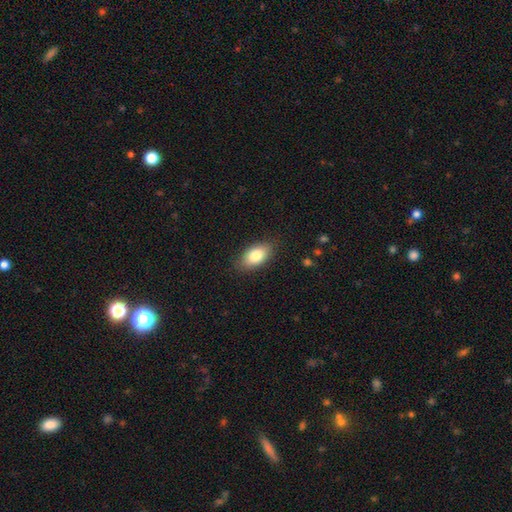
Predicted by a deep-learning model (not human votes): smooth_or_featured: smooth (p=0.82) [alt: featured or disk p=0.11]
how_rounded: in between (p=0.92) [alt: round p=0.05]
merging: none (p=0.86) [alt: minor disturbance p=0.11]